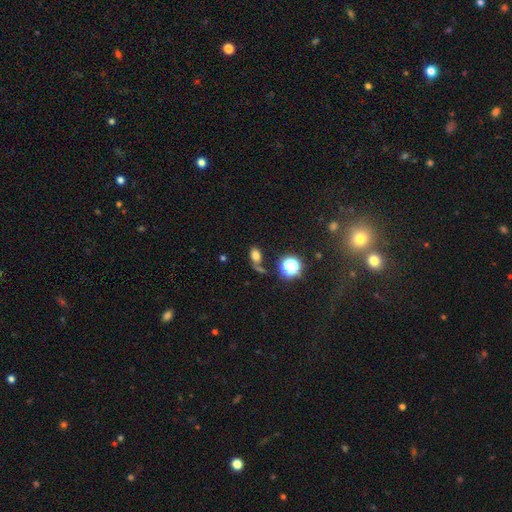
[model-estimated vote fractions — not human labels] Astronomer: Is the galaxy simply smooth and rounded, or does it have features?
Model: smooth — 71%.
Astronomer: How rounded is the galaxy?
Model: in between — 77%.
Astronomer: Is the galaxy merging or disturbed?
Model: none — 52%.